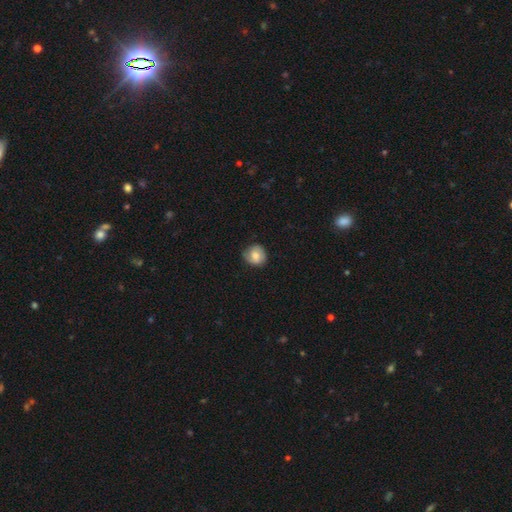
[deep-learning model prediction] Overall: smooth (69%). How rounded: round (83%). Merging: none (73%).